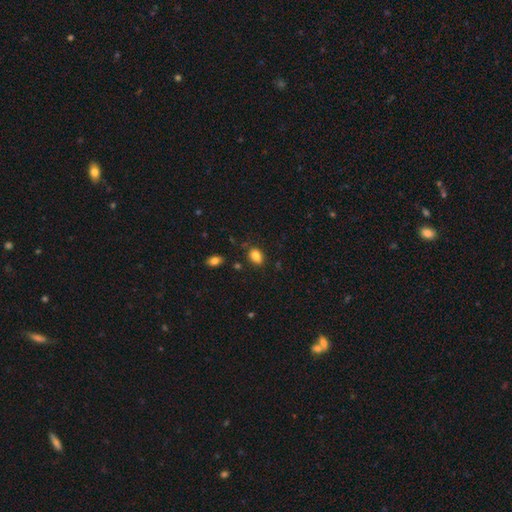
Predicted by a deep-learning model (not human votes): smooth 86%, star or artifact 10%, featured or disk 4%. Down the decision tree: how rounded — in between (77%); merging — none (79%).